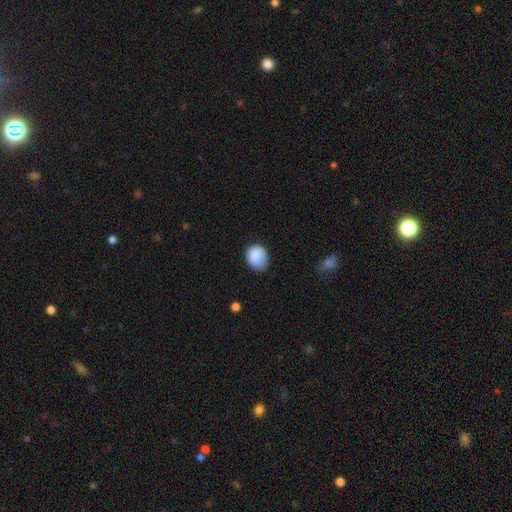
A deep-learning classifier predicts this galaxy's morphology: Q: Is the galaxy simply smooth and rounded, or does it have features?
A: smooth — 82%.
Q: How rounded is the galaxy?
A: in between — 51%.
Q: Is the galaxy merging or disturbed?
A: none — 58%.